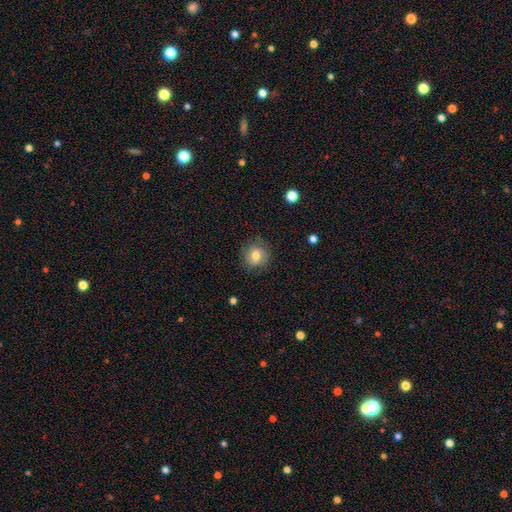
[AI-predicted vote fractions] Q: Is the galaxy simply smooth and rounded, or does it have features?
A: smooth — 74%.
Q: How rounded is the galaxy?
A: round — 84%.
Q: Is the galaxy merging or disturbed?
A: none — 79%.